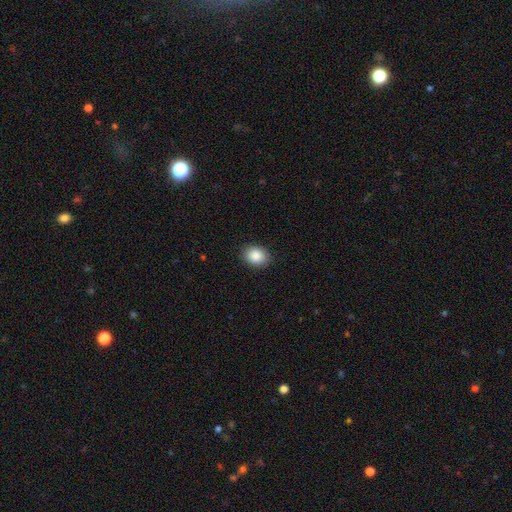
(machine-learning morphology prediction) Overall: smooth (88%). How rounded: in between (61%; round 39%). Merging: none (89%).